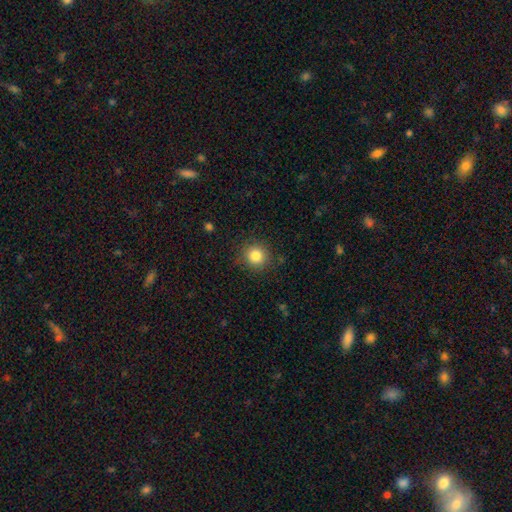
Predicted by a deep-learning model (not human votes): Overall: smooth (83%). How rounded: round (93%). Merging: none (88%).